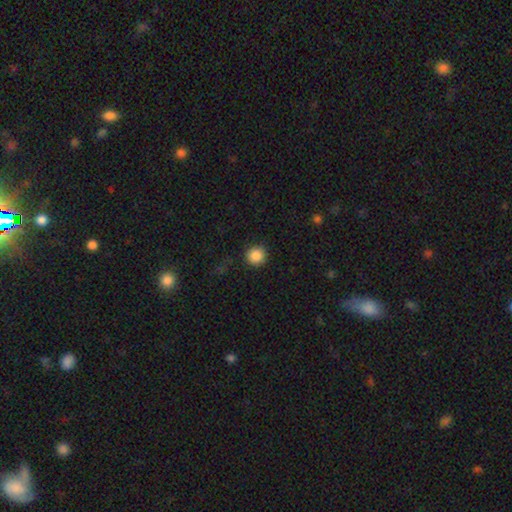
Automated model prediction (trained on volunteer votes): Smooth or featured: smooth — 87% (star or artifact — 10%)
How rounded: round — 95% (in between — 4%)
Merging: none — 89% (minor disturbance — 7%)